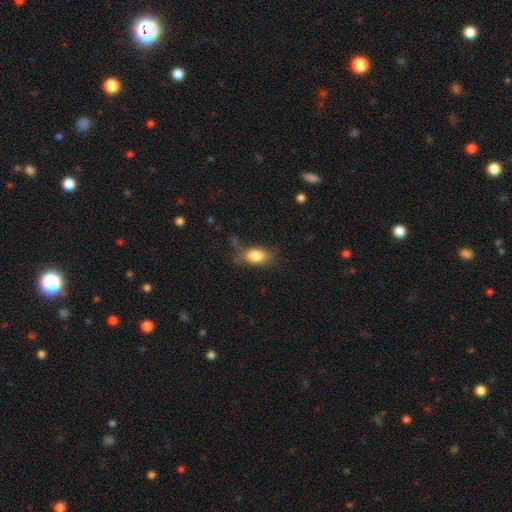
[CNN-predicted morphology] smooth_or_featured: smooth (p=0.83) [alt: featured or disk p=0.09]
how_rounded: in between (p=0.86) [alt: round p=0.09]
merging: none (p=0.64) [alt: minor disturbance p=0.24]